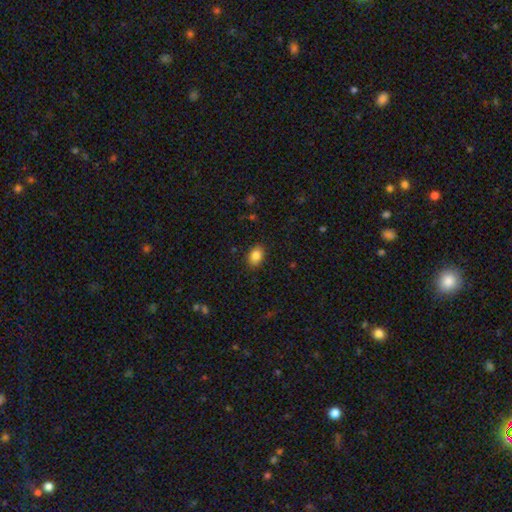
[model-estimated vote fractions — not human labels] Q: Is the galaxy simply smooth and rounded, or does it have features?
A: smooth — 85%.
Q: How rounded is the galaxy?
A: in between — 78%.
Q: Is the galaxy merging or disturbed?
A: none — 87%.